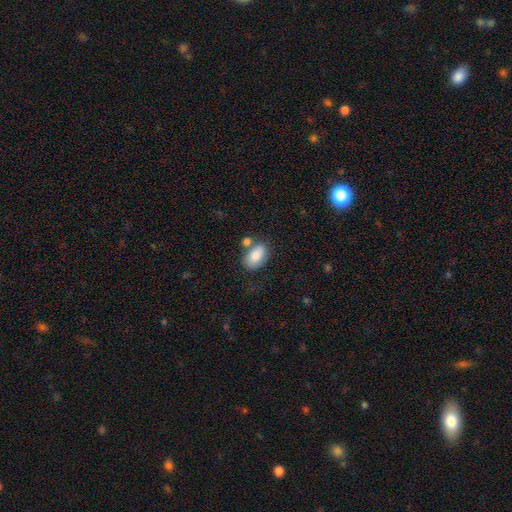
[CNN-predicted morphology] Overall: smooth (85%). How rounded: in between (91%). Merging: none (61%).